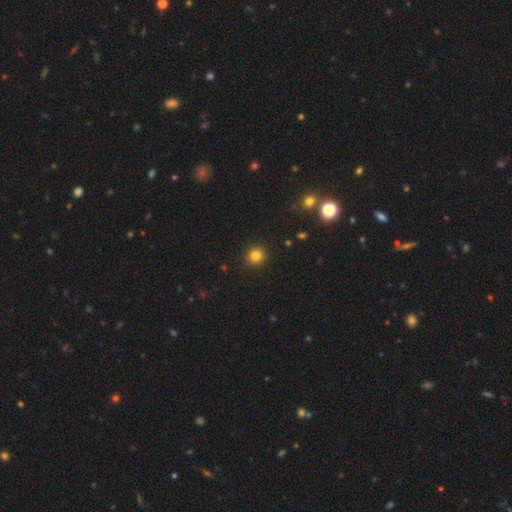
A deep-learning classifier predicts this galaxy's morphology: Smooth or featured? smooth (82%)
How rounded? round (94%)
Merging? none (92%)